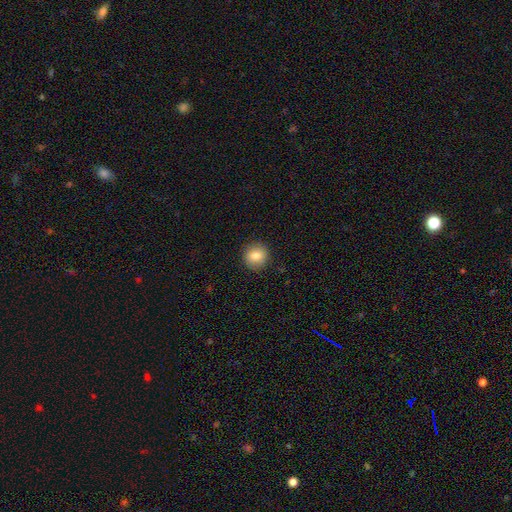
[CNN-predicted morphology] smooth 82%, star or artifact 9%, featured or disk 9%. Down the decision tree: how rounded — round (89%); merging — none (90%).